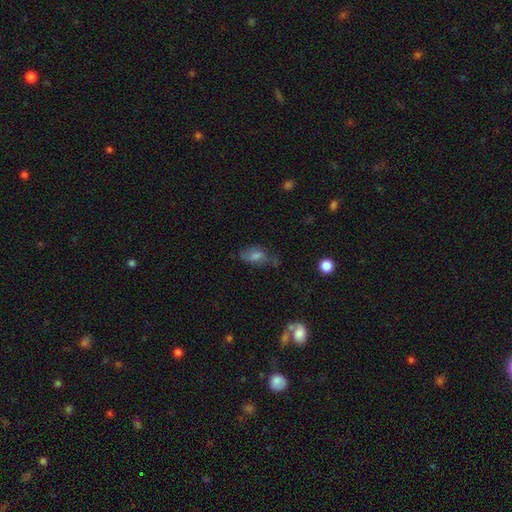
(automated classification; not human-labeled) Smooth or featured? Predicted: smooth (p=0.55). How rounded? Predicted: in between (p=0.84). Merging? Predicted: none (p=0.54).